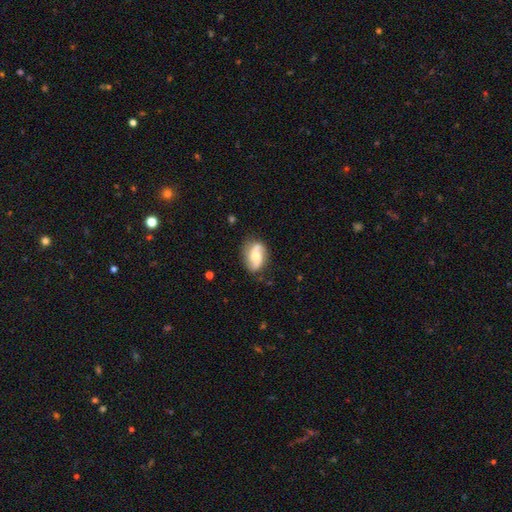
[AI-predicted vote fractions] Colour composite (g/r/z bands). It shows a featured or disk galaxy (70%) with no bar (59%), 2 (88%) loose (51%) spiral arms (92%) and a moderate central bulge (53%). Merging: none (74%).